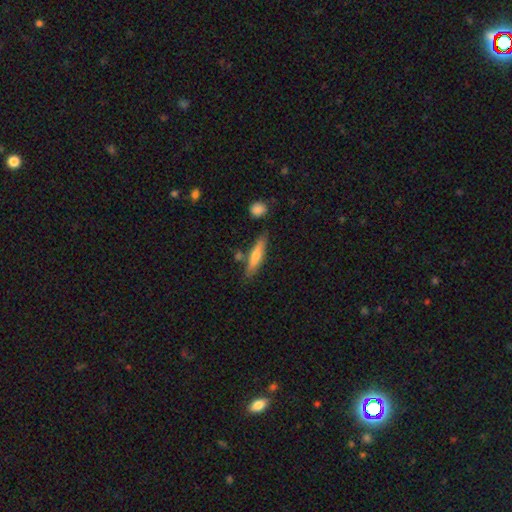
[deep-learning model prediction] The model was most divided on "smooth or featured": smooth: 60%, featured or disk: 34%, star or artifact: 6%. More confident: how rounded — cigar-shaped (82%); merging — none (79%).